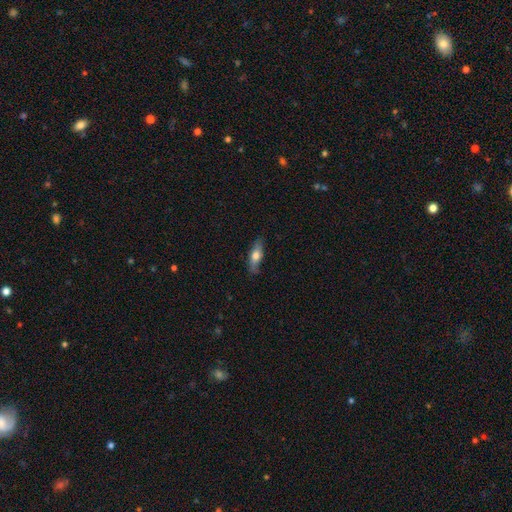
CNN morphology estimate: smooth-or-featured: smooth: 60% | featured or disk: 34% | star or artifact: 6%
  how-rounded: in between: 50% | cigar-shaped: 47% | round: 3%
  merging: none: 79% | minor disturbance: 17% | major disturbance: 3% | merger: 1%